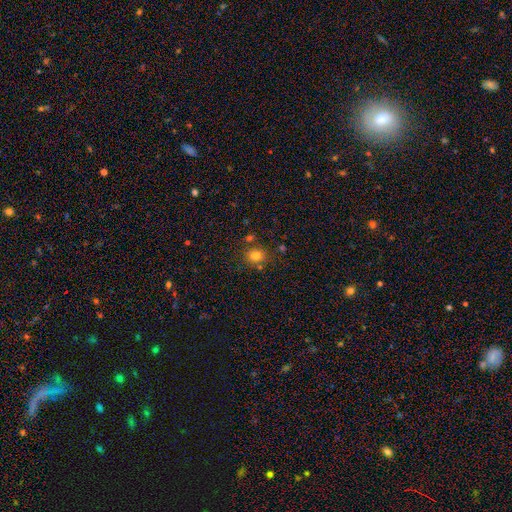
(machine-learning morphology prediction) Smooth or featured?
  - smooth: 79% *
  - star or artifact: 14%
  - featured or disk: 7%
How rounded?
  - round: 83% *
  - in between: 16%
  - cigar-shaped: 1%
Merging?
  - none: 78% *
  - minor disturbance: 10%
  - merger: 9%
  - major disturbance: 3%